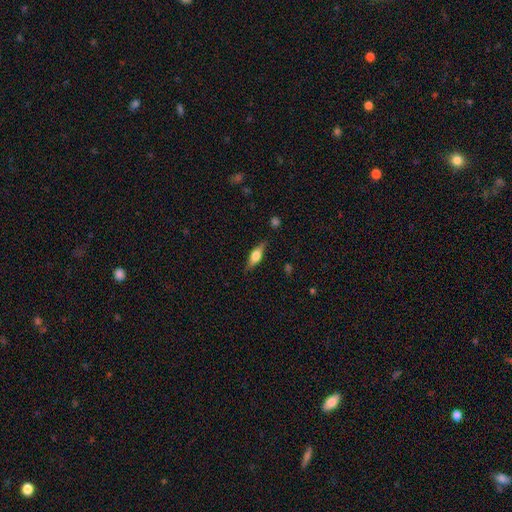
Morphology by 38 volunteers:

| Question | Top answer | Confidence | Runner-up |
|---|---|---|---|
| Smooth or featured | featured or disk | 53% | smooth (42%) |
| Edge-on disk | yes | 100% | — |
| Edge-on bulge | rounded | 75% | boxy (25%) |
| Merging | none | 83% | minor disturbance (14%) |